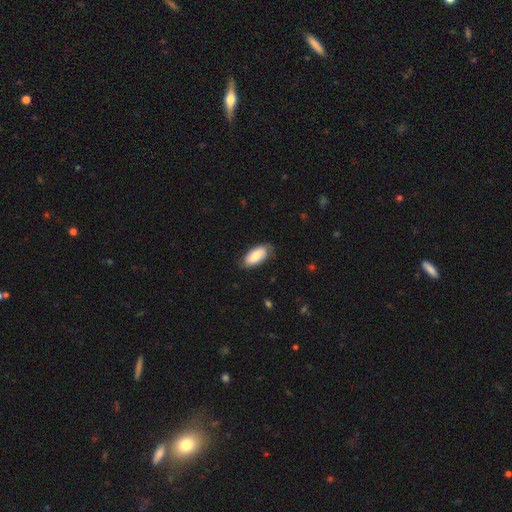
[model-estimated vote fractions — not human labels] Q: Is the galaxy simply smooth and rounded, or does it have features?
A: smooth — 78%.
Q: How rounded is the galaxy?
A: in between — 91%.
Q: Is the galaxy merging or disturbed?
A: none — 76%.